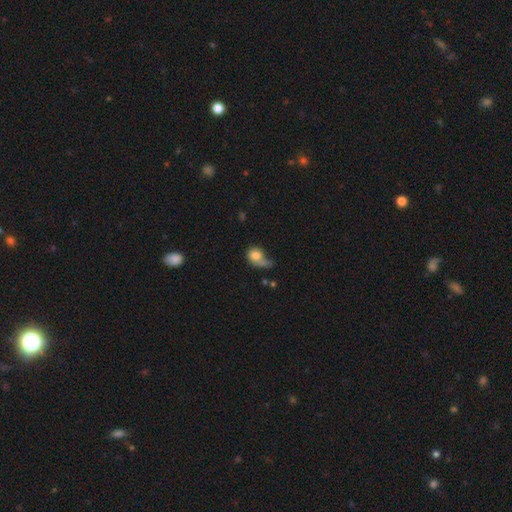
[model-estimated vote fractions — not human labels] Smooth or featured? Predicted: smooth (p=0.75). How rounded? Predicted: round (p=0.57). Merging? Predicted: major disturbance (p=0.33).